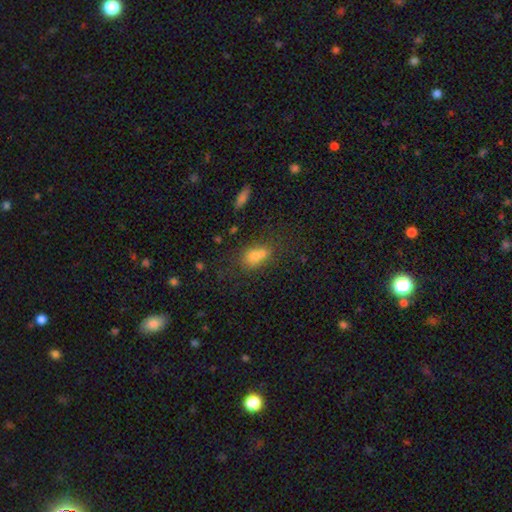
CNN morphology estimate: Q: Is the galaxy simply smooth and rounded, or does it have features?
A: smooth — 72%.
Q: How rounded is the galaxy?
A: in between — 70%.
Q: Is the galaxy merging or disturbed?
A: none — 39%.